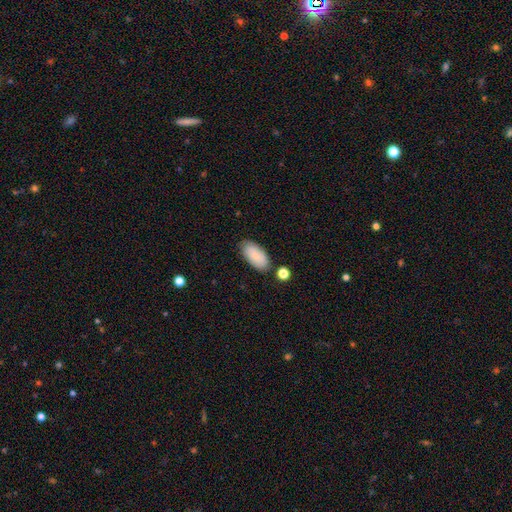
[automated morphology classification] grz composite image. It shows a smooth galaxy with no disk features (87%) that is in between round and cigar-shaped (94%). Merging: none (79%).